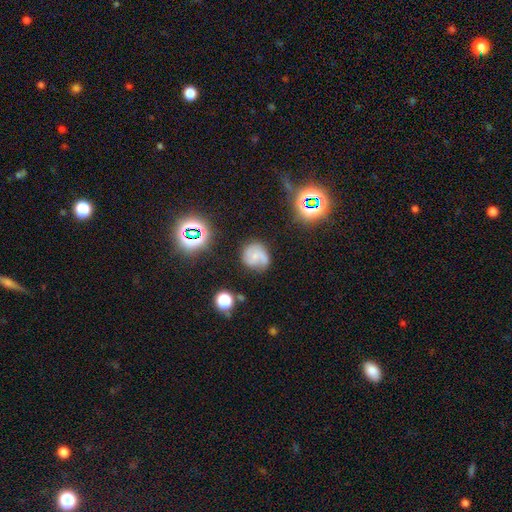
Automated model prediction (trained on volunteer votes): This appears to be a featured or disk galaxy (55%) with no bar (68%), spiral arms (86%) and a small central bulge (58%). Merging: none (61%).